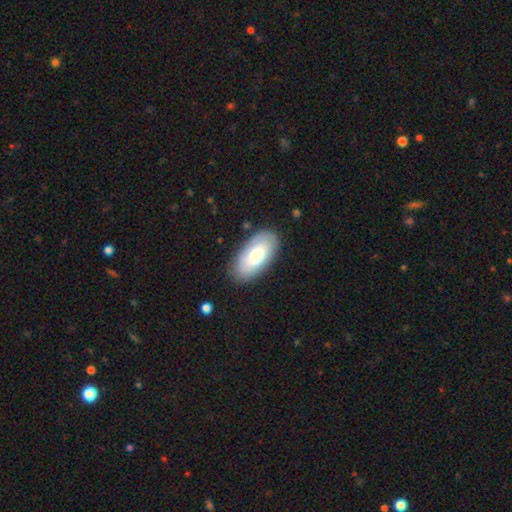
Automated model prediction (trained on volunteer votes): Smooth or featured?
  - smooth: 65% *
  - featured or disk: 29%
  - star or artifact: 6%
How rounded?
  - in between: 94% *
  - cigar-shaped: 4%
  - round: 3%
Merging?
  - none: 84% *
  - minor disturbance: 12%
  - major disturbance: 3%
  - merger: 1%